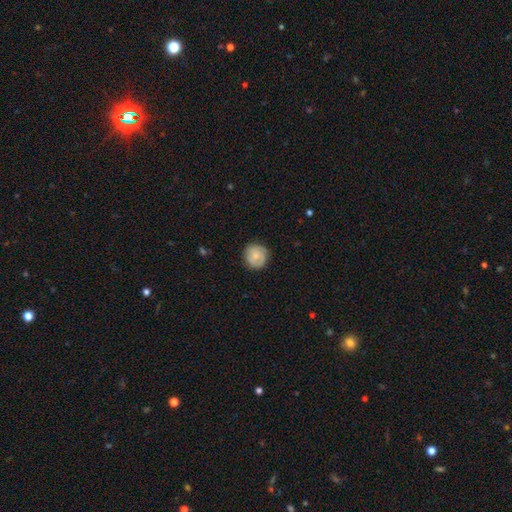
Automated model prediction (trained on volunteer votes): This appears to be a smooth galaxy with no disk features (59%) that is round (90%). Merging: none (80%).